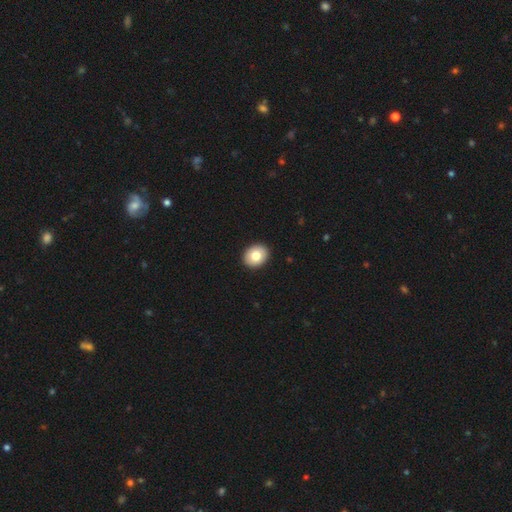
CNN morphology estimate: This is likely a smooth galaxy (77%). How rounded: possibly round (51%). Merging: clearly none (92%).